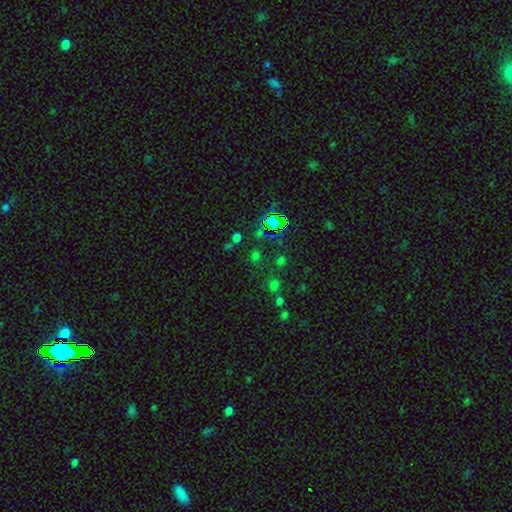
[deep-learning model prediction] This appears to be a star or artifact, not a galaxy (50%).